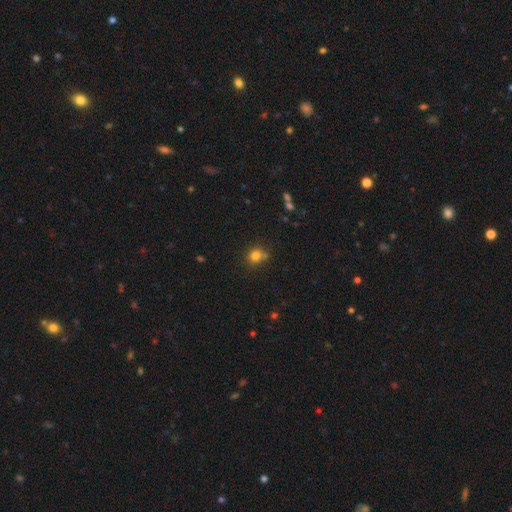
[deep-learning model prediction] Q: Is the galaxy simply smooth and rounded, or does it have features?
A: smooth — 79%.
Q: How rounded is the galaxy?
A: round — 83%.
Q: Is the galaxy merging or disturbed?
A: none — 66%.